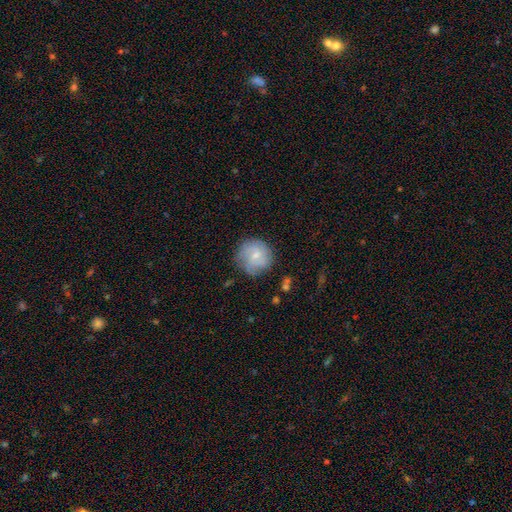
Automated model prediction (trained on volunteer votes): The model was most divided on "bar": no: 56%, weak: 40%, strong: 5%. More confident: edge-on disk — no (98%); spiral arms — yes (87%); merging — none (75%); bulge size — small (60%); smooth or featured — featured or disk (55%).